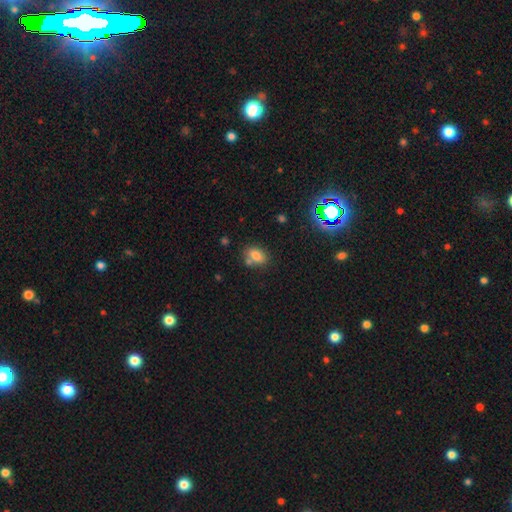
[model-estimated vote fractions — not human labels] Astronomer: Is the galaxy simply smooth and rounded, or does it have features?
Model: smooth — 78%.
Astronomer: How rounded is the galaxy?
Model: in between — 78%.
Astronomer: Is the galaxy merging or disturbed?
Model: none — 62%.